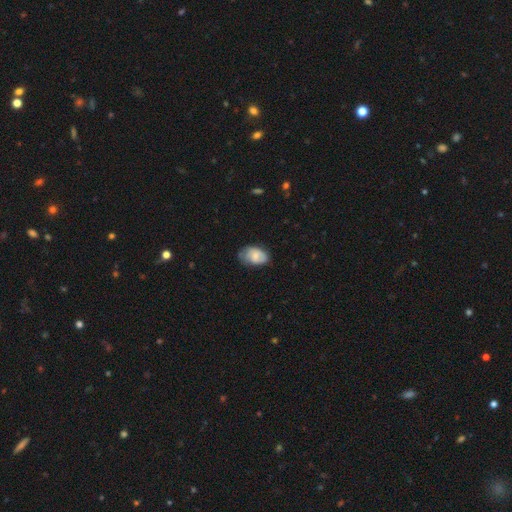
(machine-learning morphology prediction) smooth_or_featured: smooth (p=0.67) [alt: featured or disk p=0.26]
how_rounded: in between (p=0.88) [alt: round p=0.10]
merging: none (p=0.56) [alt: minor disturbance p=0.34]